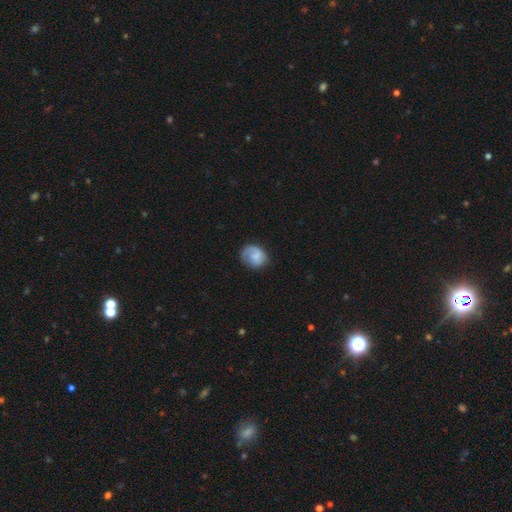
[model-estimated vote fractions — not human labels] This appears to be a smooth galaxy with no disk features (54%) that is round (64%). Merging: none (65%).